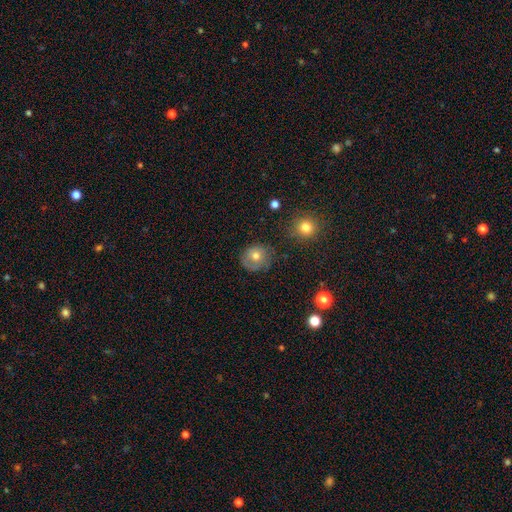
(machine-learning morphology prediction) type=smooth (70%); roundness=round (81%); merging=none (72%).